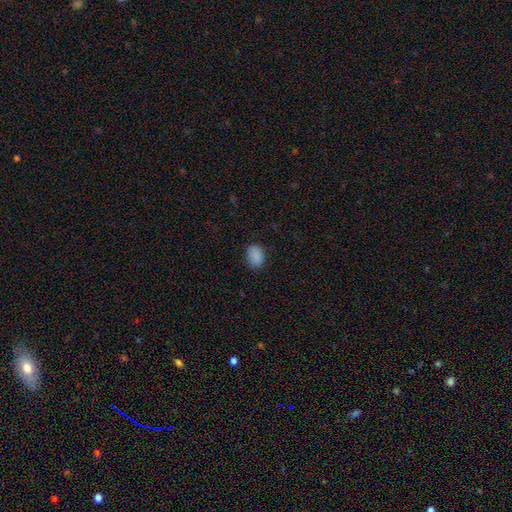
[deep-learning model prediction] This appears to be a smooth galaxy with no disk features (88%) that is in between round and cigar-shaped (69%). Merging: none (83%).